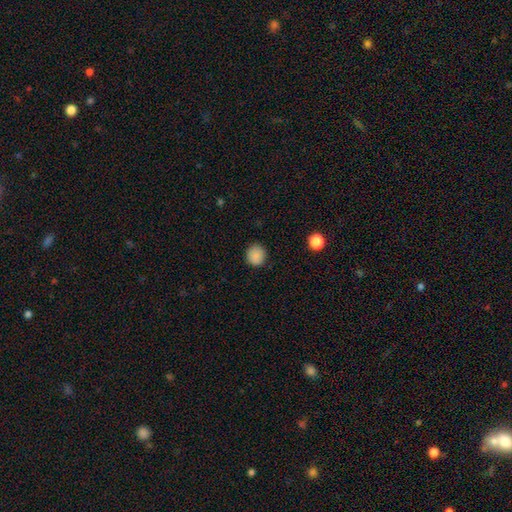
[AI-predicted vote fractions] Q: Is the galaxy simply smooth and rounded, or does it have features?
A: smooth — 87%.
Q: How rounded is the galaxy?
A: round — 90%.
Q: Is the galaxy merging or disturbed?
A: none — 89%.